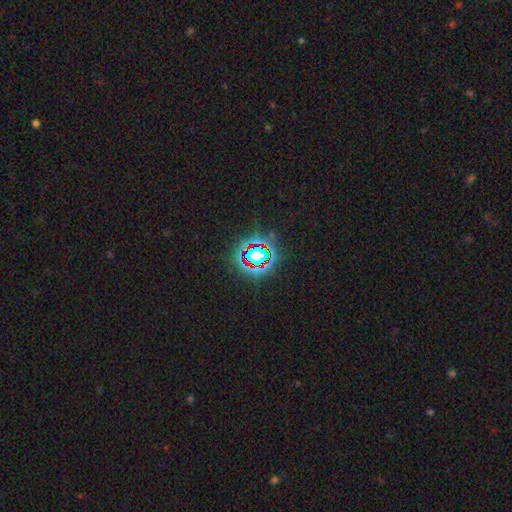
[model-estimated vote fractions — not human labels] star or artifact 80%, smooth 12%, featured or disk 8%.